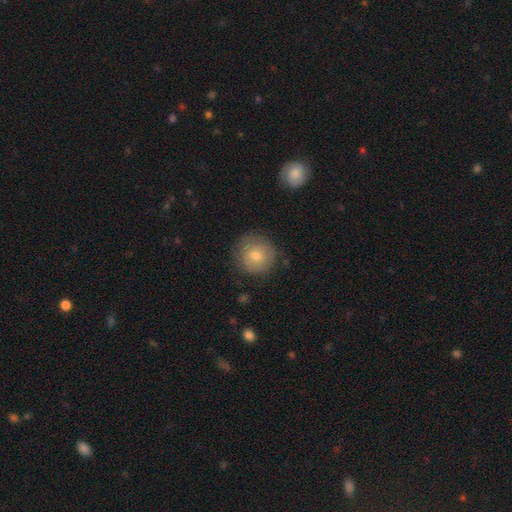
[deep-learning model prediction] Smooth or featured?
  - smooth: 70% *
  - featured or disk: 20%
  - star or artifact: 10%
How rounded?
  - round: 92% *
  - in between: 7%
  - cigar-shaped: 1%
Merging?
  - none: 82% *
  - minor disturbance: 13%
  - major disturbance: 4%
  - merger: 1%